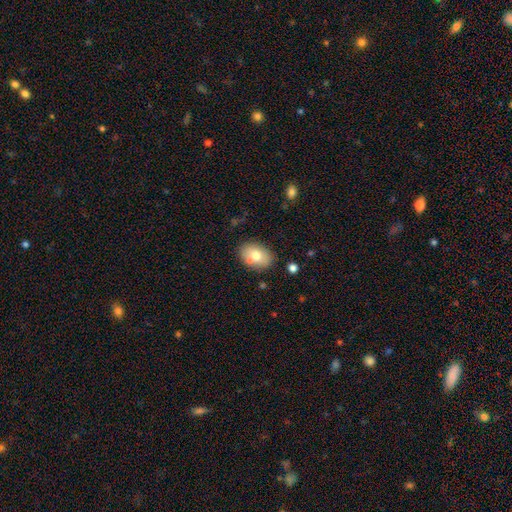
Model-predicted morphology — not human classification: This is likely a smooth galaxy (73%). How rounded: likely in between (80%). Merging: likely none (77%).